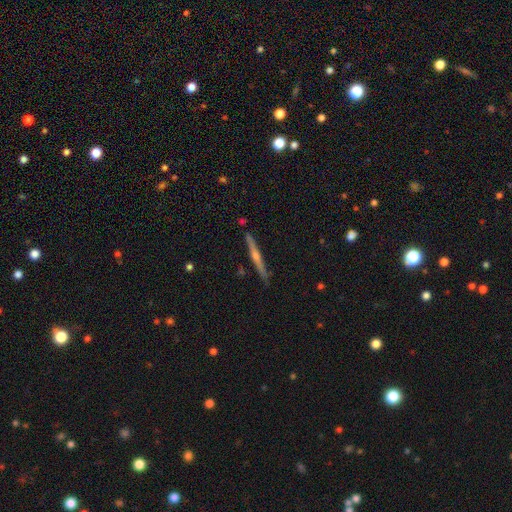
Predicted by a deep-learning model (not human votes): Smooth or featured: featured or disk — 74% (smooth — 21%)
Edge-on disk: yes — 98% (no — 2%)
Edge-on bulge: rounded — 82% (none — 14%)
Merging: none — 89% (minor disturbance — 8%)